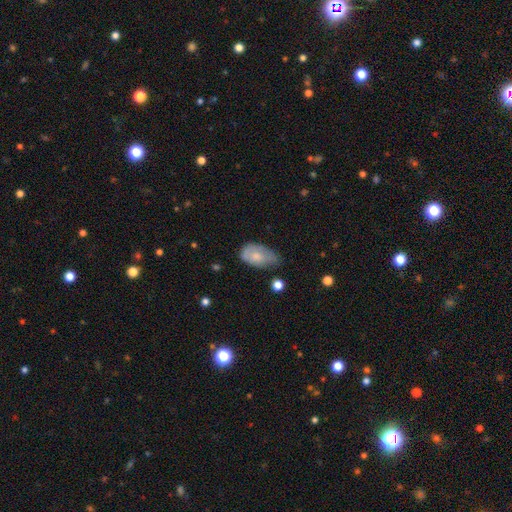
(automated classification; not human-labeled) The model was most divided on "merging": minor disturbance: 44%, none: 37%, major disturbance: 16%, merger: 3%. More confident: how rounded — in between (92%); smooth or featured — smooth (68%).